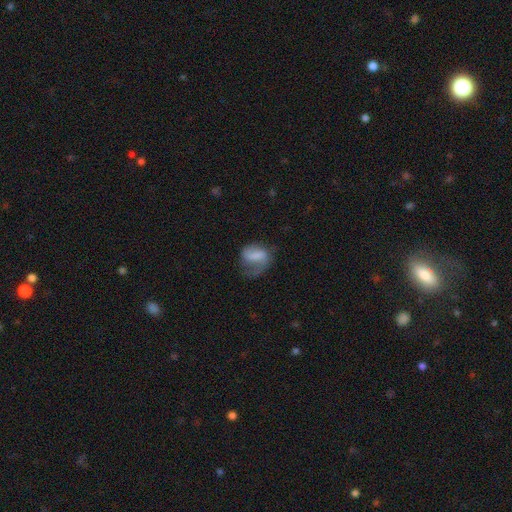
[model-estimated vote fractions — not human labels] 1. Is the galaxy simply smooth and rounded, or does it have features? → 50% smooth, 41% featured or disk, 9% star or artifact.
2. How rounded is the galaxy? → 69% in between, 28% round, 3% cigar-shaped.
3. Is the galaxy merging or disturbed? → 36% major disturbance, 35% none, 27% minor disturbance, 2% merger.